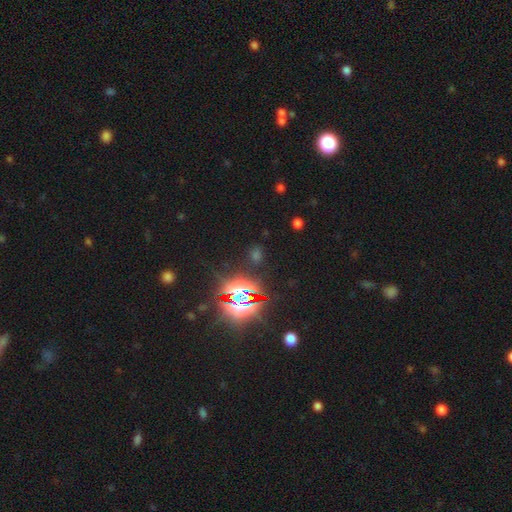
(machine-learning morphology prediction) smooth_or_featured: star or artifact (p=0.69) [alt: smooth p=0.24]